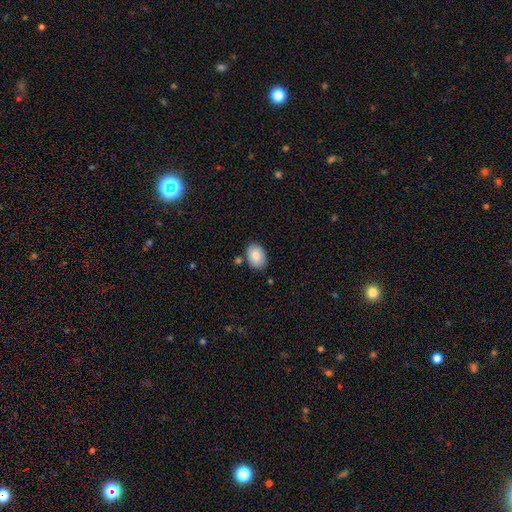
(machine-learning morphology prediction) Smooth or featured: smooth — 85% (featured or disk — 8%)
How rounded: in between — 81% (round — 18%)
Merging: none — 80% (minor disturbance — 13%)